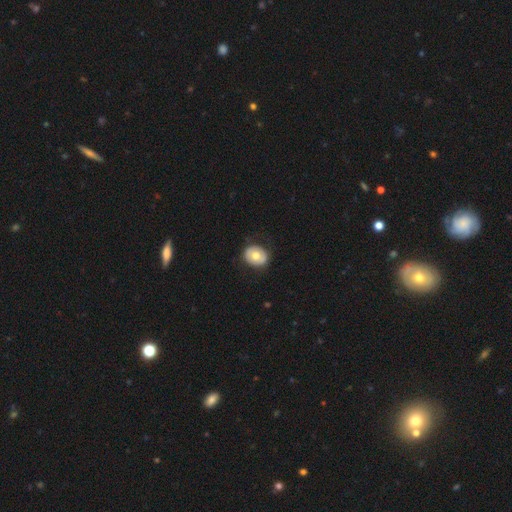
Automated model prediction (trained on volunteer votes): smooth 65%, featured or disk 29%, star or artifact 7%. Down the decision tree: how rounded — round (56%); merging — none (84%).